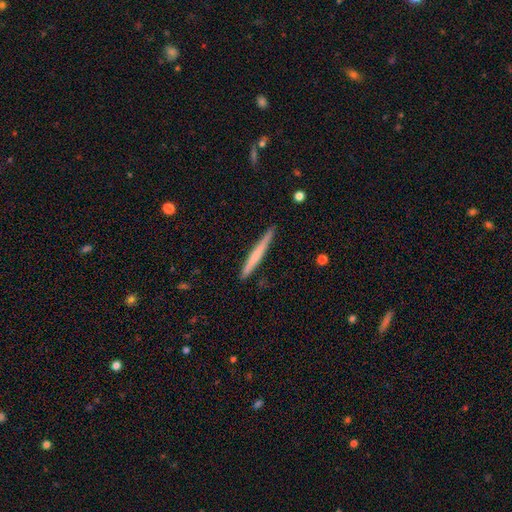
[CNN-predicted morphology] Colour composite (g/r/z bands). It shows a smooth galaxy with no disk features (57%) that is cigar-shaped (97%). Merging: none (90%).